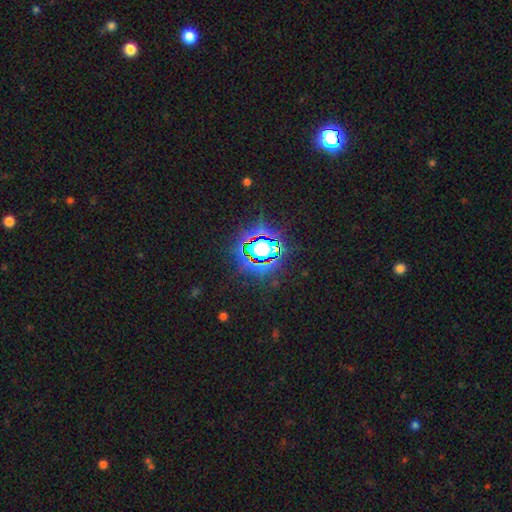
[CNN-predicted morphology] This is clearly a star or artifact rather than a galaxy (84%).